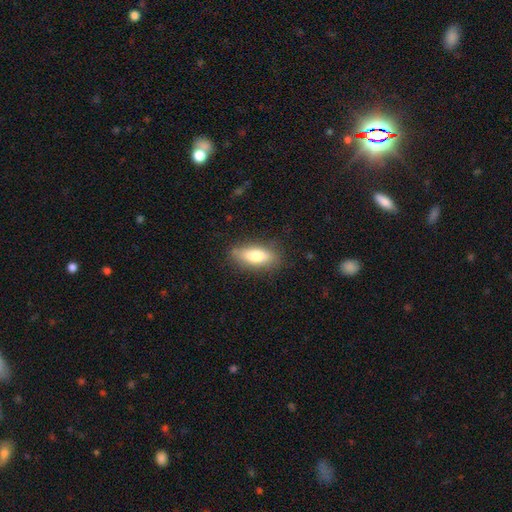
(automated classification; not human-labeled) The model was most divided on "how rounded": in between: 76%, cigar-shaped: 22%, round: 3%. More confident: merging — none (81%); smooth or featured — smooth (79%).